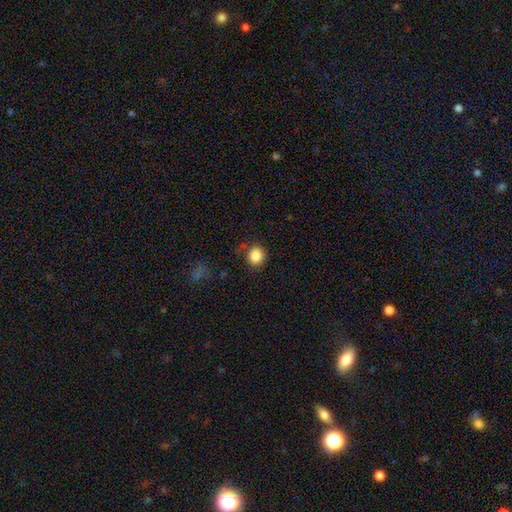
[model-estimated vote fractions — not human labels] The model was most divided on "how rounded": round: 82%, in between: 17%, cigar-shaped: 1%. More confident: smooth or featured — smooth (85%); merging — none (81%).